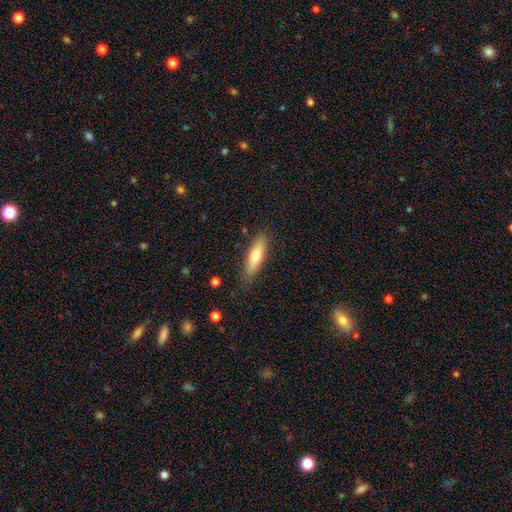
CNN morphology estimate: Smooth or featured? smooth (67%)
How rounded? cigar-shaped (61%)
Merging? none (83%)